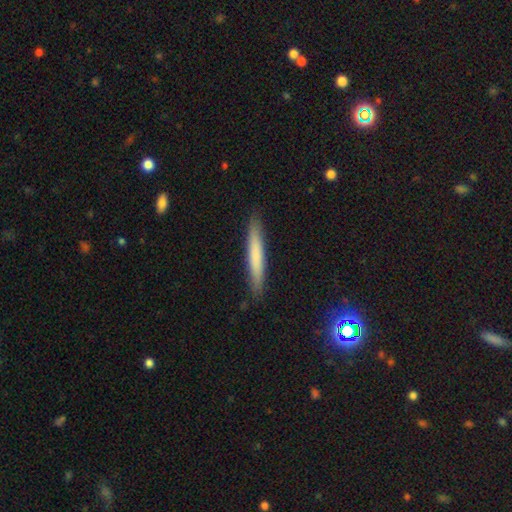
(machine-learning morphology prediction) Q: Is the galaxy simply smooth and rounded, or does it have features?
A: smooth — 70%.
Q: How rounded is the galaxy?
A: cigar-shaped — 95%.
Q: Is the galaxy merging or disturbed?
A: none — 90%.